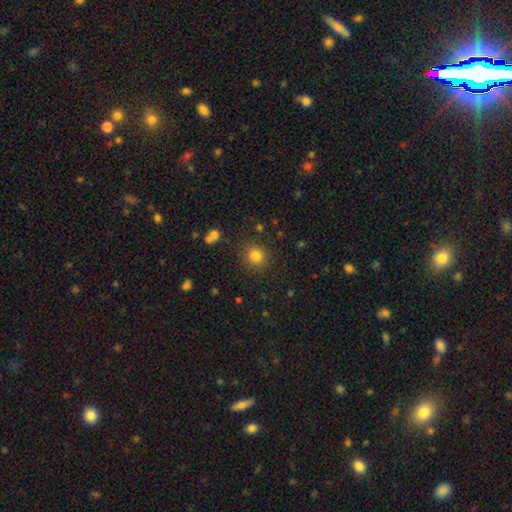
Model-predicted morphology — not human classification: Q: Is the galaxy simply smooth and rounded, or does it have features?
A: smooth — 81%.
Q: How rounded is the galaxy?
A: round — 91%.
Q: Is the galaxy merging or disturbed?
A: none — 87%.